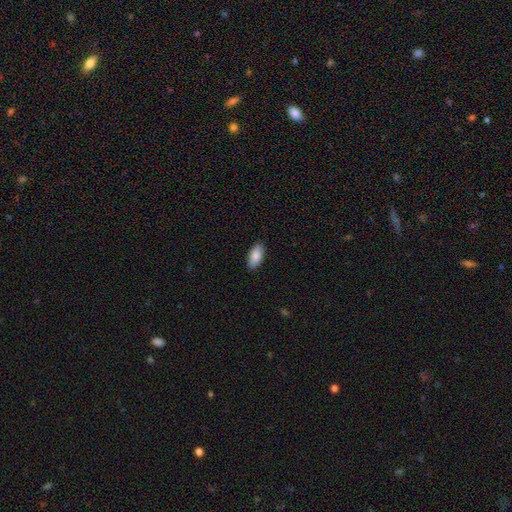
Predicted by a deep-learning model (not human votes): A smooth galaxy with no disk features (87%) that is in between round and cigar-shaped (92%). Merging: none (89%).